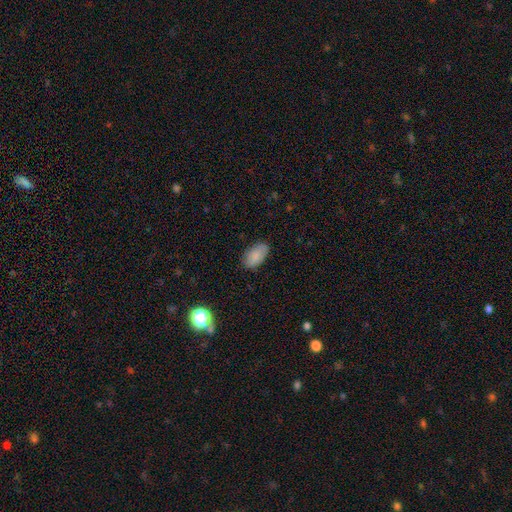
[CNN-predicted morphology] A smooth galaxy with no disk features (85%) that is in between round and cigar-shaped (94%).

Vote fractions:
- Smooth or featured? smooth: 85% / featured or disk: 8% / star or artifact: 7%
- How rounded? in between: 94% / round: 4% / cigar-shaped: 2%
- Merging? none: 84% / minor disturbance: 12% / major disturbance: 3% / merger: 1%